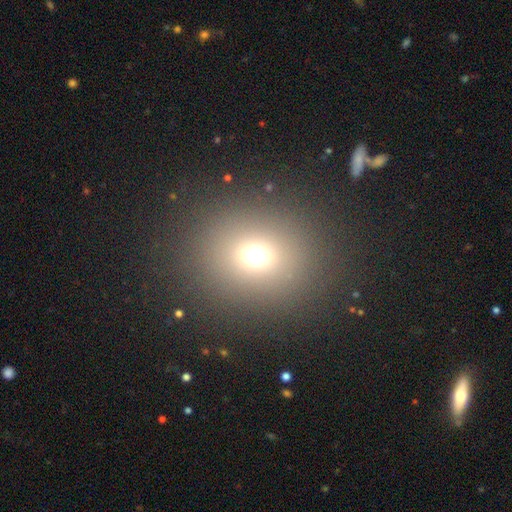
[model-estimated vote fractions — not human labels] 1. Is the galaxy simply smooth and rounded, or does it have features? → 68% smooth, 22% star or artifact, 10% featured or disk.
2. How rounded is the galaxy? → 77% round, 22% in between, 1% cigar-shaped.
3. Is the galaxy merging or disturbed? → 86% none, 7% minor disturbance, 5% major disturbance, 2% merger.